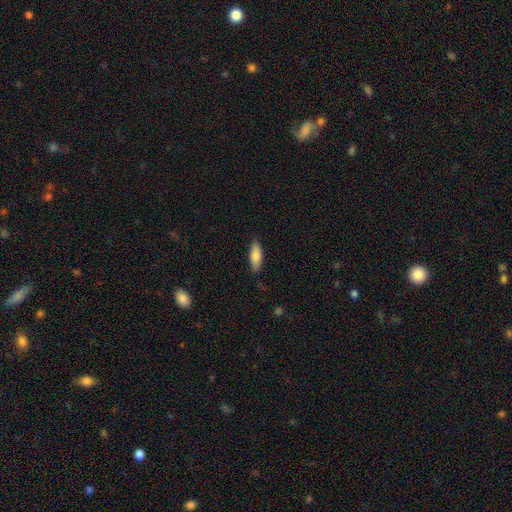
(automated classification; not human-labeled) Smooth or featured?
  - smooth: 80% *
  - featured or disk: 14%
  - star or artifact: 6%
How rounded?
  - in between: 61% *
  - cigar-shaped: 37%
  - round: 2%
Merging?
  - none: 84% *
  - minor disturbance: 12%
  - major disturbance: 2%
  - merger: 1%